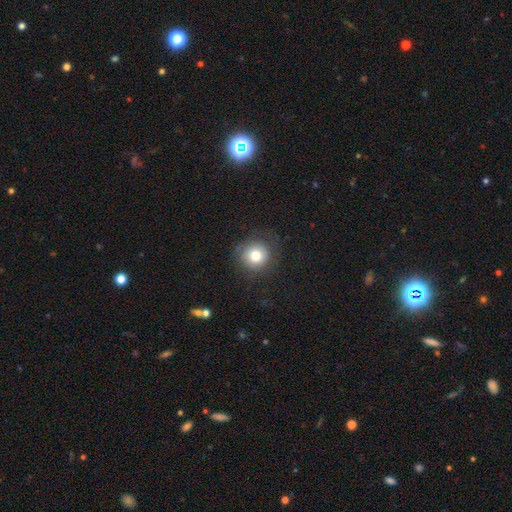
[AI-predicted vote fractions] Smooth or featured? Predicted: smooth (p=0.78). How rounded? Predicted: round (p=0.92). Merging? Predicted: none (p=0.81).